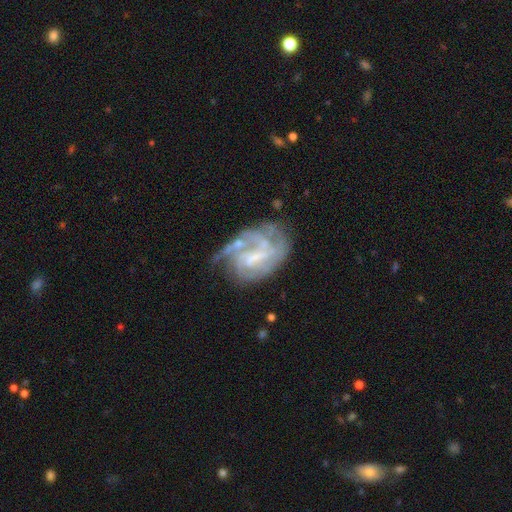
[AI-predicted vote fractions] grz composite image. It shows a featured or disk galaxy (81%) with a weak bar (50%), tight (48%) spiral arms (83%) and a small central bulge (35%). Merging: none (43%).